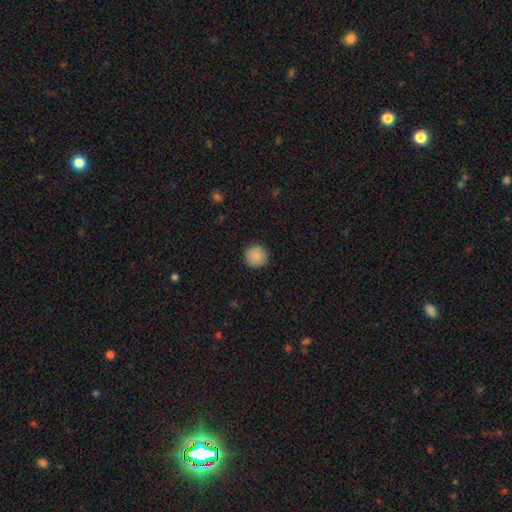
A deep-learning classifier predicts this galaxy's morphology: This is clearly a smooth galaxy (88%). How rounded: clearly round (96%). Merging: clearly none (92%).